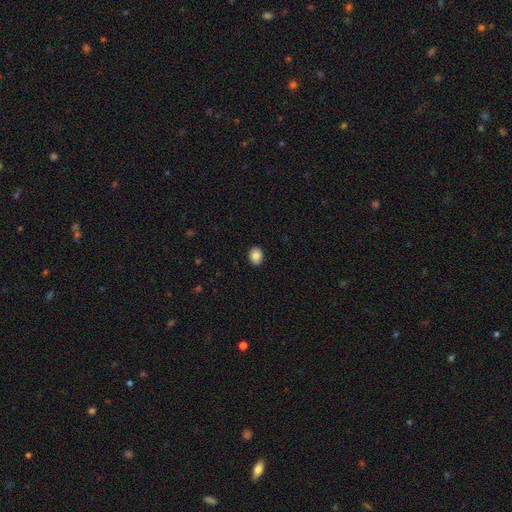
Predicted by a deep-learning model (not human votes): This appears to be a smooth galaxy with no disk features (84%) that is in between round and cigar-shaped (54%). Merging: none (89%).